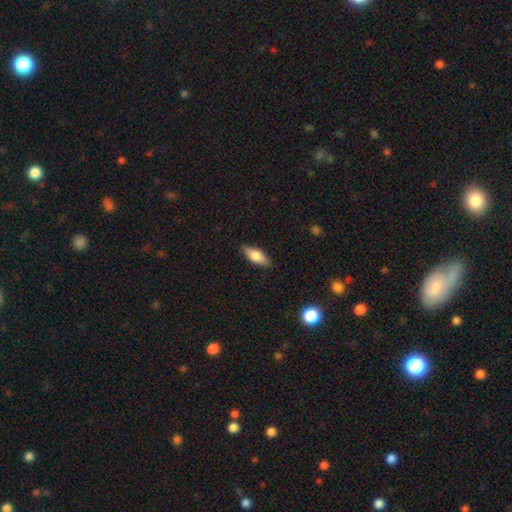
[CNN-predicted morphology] smooth 76%, featured or disk 18%, star or artifact 7%. Down the decision tree: how rounded — in between (77%); merging — none (86%).